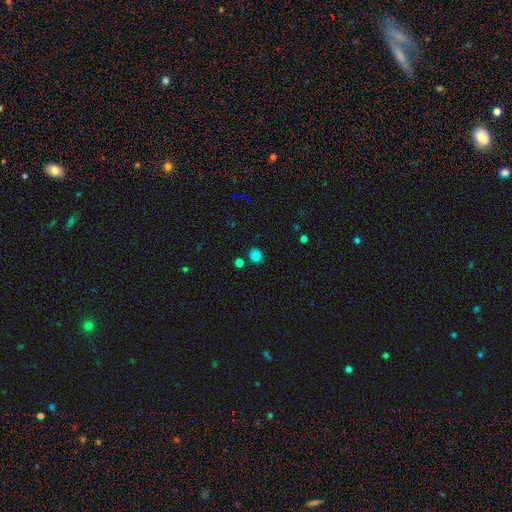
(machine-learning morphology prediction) Smooth or featured? Predicted: smooth (p=0.79). How rounded? Predicted: round (p=0.70). Merging? Predicted: none (p=0.80).